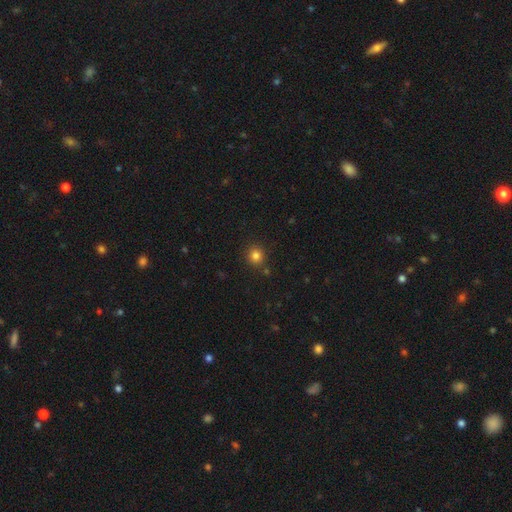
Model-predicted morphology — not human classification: A smooth galaxy with no disk features (81%) that is round (91%).

Vote fractions:
- Smooth or featured? smooth: 81% / star or artifact: 14% / featured or disk: 5%
- How rounded? round: 91% / in between: 8% / cigar-shaped: 1%
- Merging? none: 85% / minor disturbance: 8% / merger: 5% / major disturbance: 2%